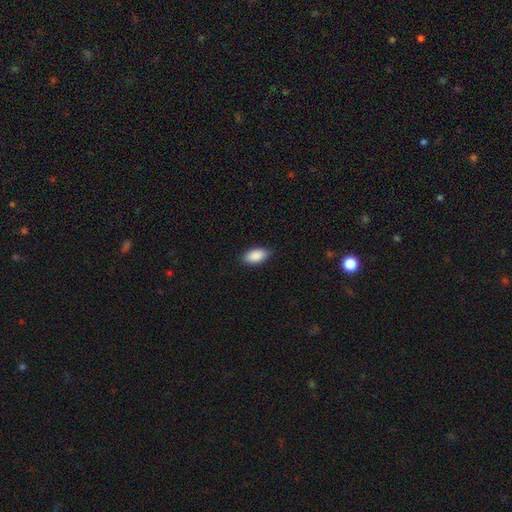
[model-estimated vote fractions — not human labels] Q: Smooth or featured?
A: smooth (90%); runner-up: star or artifact (6%)
Q: How rounded?
A: in between (93%); runner-up: cigar-shaped (4%)
Q: Merging?
A: none (87%); runner-up: minor disturbance (10%)